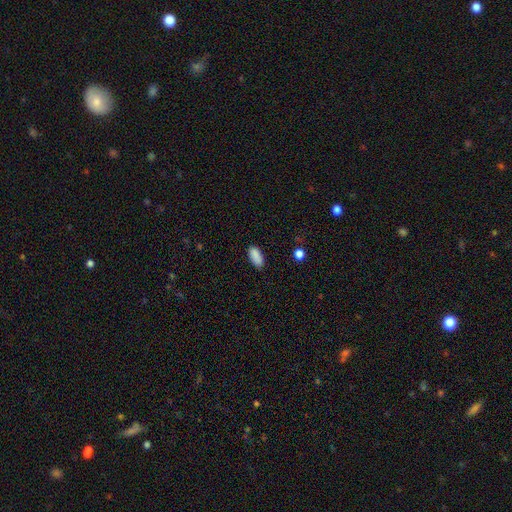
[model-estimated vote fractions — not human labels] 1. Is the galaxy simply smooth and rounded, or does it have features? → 89% smooth, 8% star or artifact, 4% featured or disk.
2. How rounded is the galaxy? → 88% in between, 10% cigar-shaped, 2% round.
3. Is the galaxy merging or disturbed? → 85% none, 11% minor disturbance, 2% major disturbance, 1% merger.